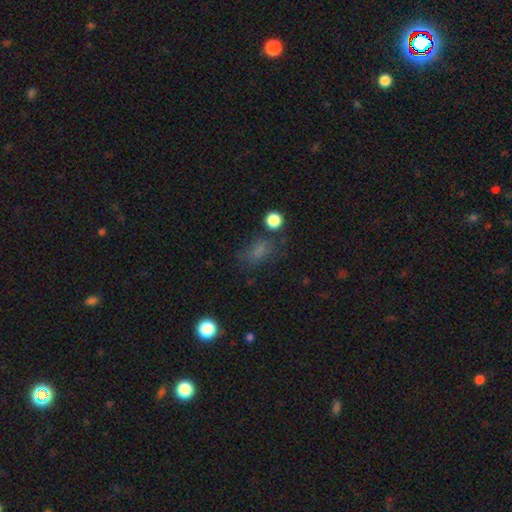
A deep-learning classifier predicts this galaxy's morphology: This appears to be a smooth galaxy with no disk features (60%) that is in between round and cigar-shaped (72%). Merging: none (63%).